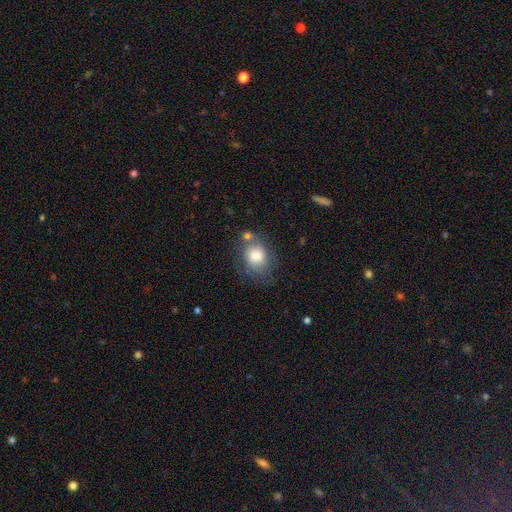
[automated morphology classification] smooth_or_featured: smooth (p=0.76) [alt: featured or disk p=0.16]
how_rounded: round (p=0.53) [alt: in between p=0.46]
merging: none (p=0.53) [alt: minor disturbance p=0.23]